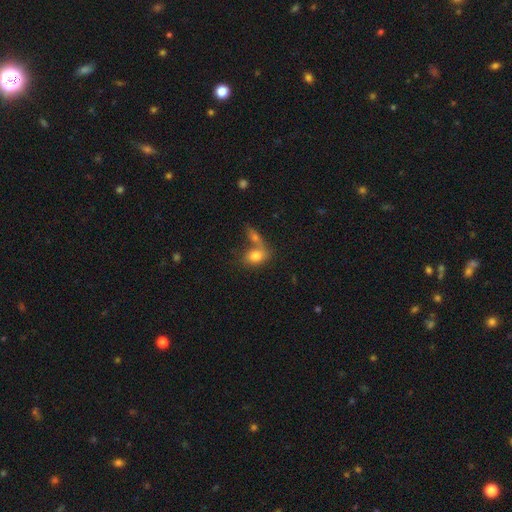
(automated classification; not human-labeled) Overall: smooth (79%). How rounded: in between (76%). Merging: merger (49%; none 35%).